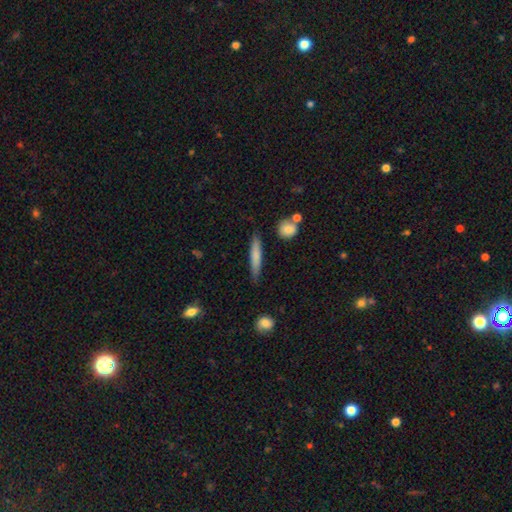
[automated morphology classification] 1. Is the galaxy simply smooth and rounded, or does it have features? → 74% smooth, 20% featured or disk, 6% star or artifact.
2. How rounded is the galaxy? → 90% cigar-shaped, 9% in between, 2% round.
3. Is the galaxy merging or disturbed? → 83% none, 13% minor disturbance, 2% major disturbance, 2% merger.